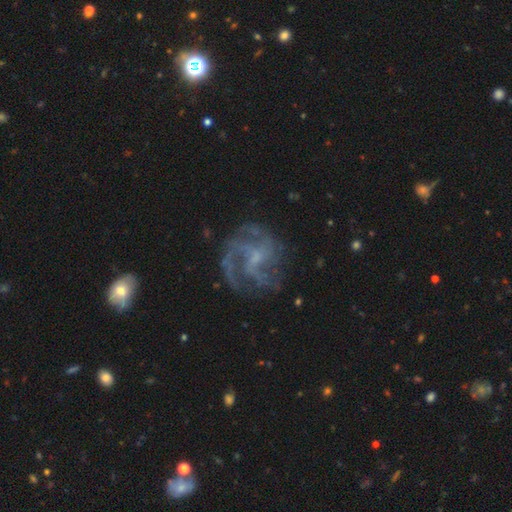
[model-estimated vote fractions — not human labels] This is clearly a featured or disk galaxy (82%). It is clearly not viewed edge-on (98%). Bar: possibly no (49%). Spiral arm pattern: clearly yes (92%). Spiral arm count: marginally 3 (33%). Spiral winding: possibly medium (47%). Central bulge: possibly small (52%). Merging: likely none (64%).